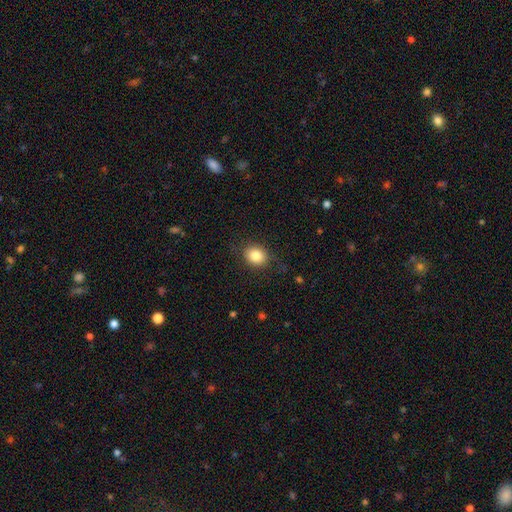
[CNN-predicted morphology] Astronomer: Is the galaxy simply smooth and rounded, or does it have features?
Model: smooth — 84%.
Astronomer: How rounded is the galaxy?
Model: round — 62%.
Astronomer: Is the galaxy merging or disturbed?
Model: none — 83%.